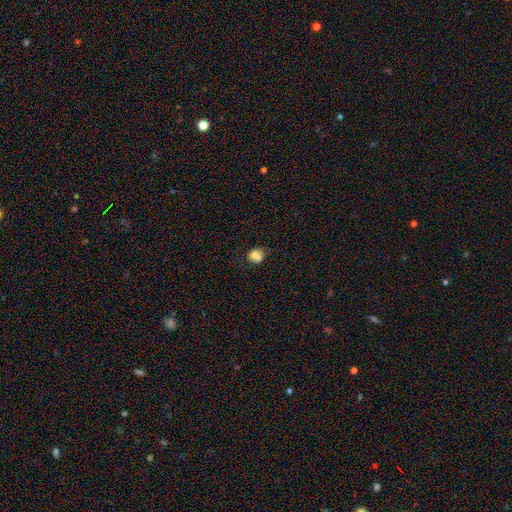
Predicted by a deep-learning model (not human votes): Smooth or featured? Predicted: smooth (p=0.75). How rounded? Predicted: round (p=0.68). Merging? Predicted: none (p=0.52).